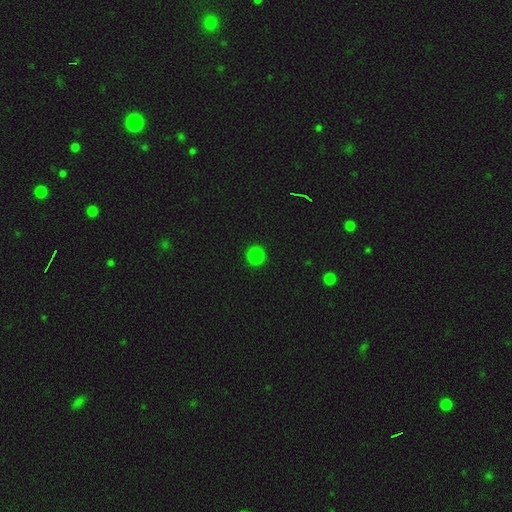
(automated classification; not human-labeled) Morphology: type=smooth (84%); roundness=round (95%); merging=none (92%).